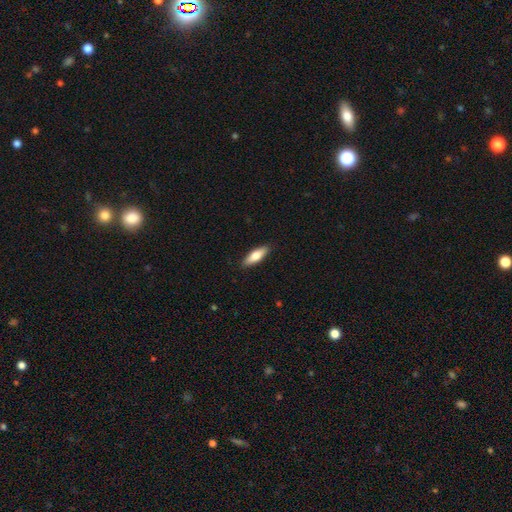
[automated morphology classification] This appears to be a smooth galaxy with no disk features (73%) that is in between round and cigar-shaped (55%). Merging: none (89%).